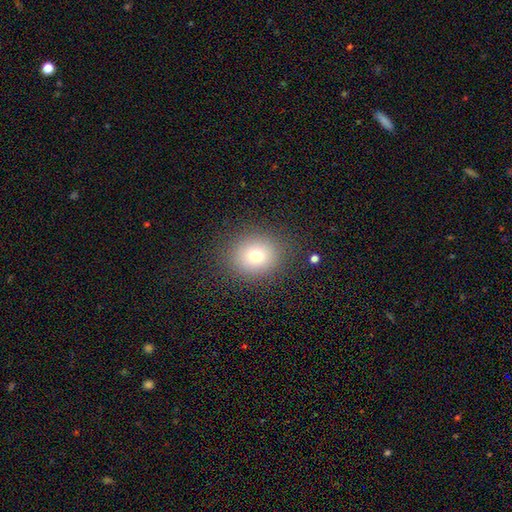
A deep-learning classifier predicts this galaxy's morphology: Smooth or featured: smooth — 72% (star or artifact — 16%)
How rounded: round — 77% (in between — 22%)
Merging: none — 87% (minor disturbance — 8%)